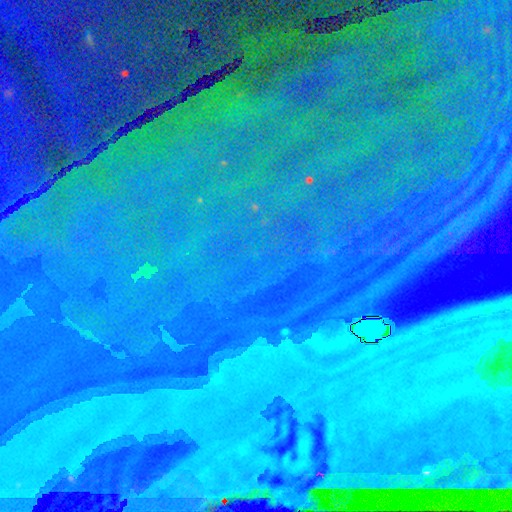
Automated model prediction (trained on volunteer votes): Morphology: type=star or artifact (86%).